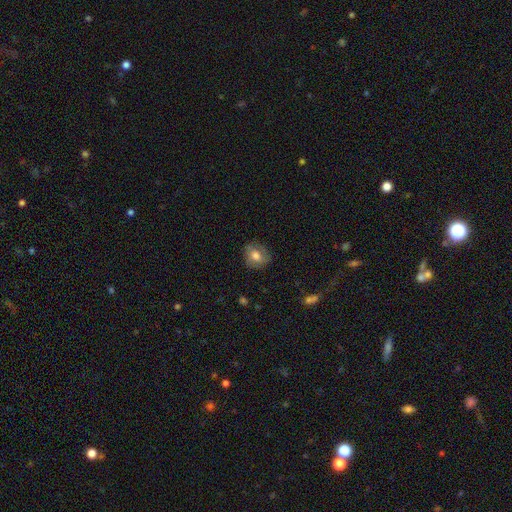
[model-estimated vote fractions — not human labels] Smooth or featured?
  - smooth: 67% *
  - featured or disk: 23%
  - star or artifact: 9%
How rounded?
  - round: 68% *
  - in between: 31%
  - cigar-shaped: 1%
Merging?
  - none: 78% *
  - minor disturbance: 17%
  - major disturbance: 4%
  - merger: 1%